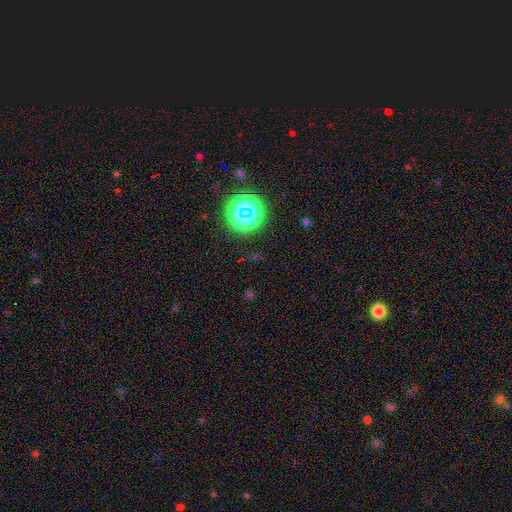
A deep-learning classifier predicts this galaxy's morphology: smooth_or_featured: star or artifact (p=0.70) [alt: smooth p=0.21]